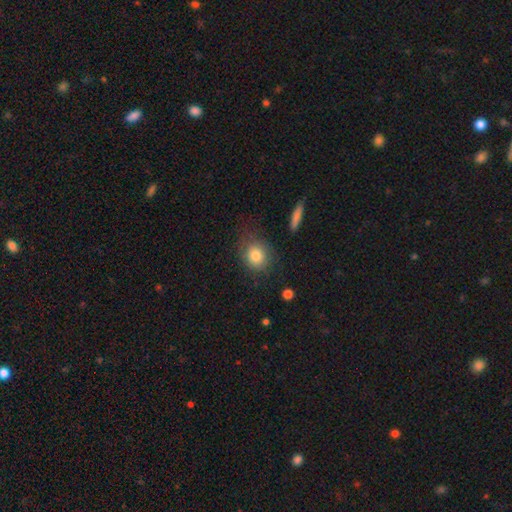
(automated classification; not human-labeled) A smooth galaxy with no disk features (82%) that is round (72%). Merging: none (73%).